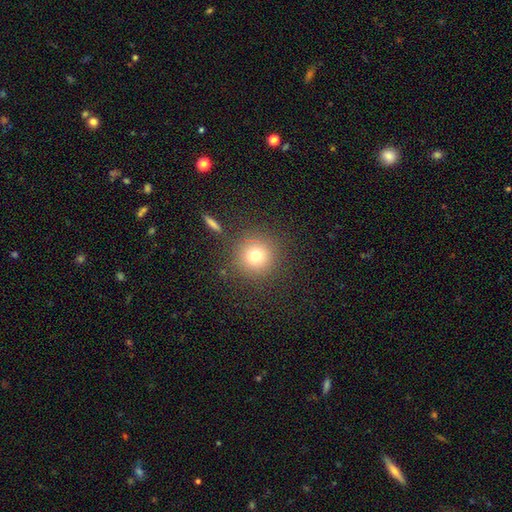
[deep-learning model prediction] This is likely a smooth galaxy (75%). How rounded: clearly round (94%). Merging: clearly none (85%).